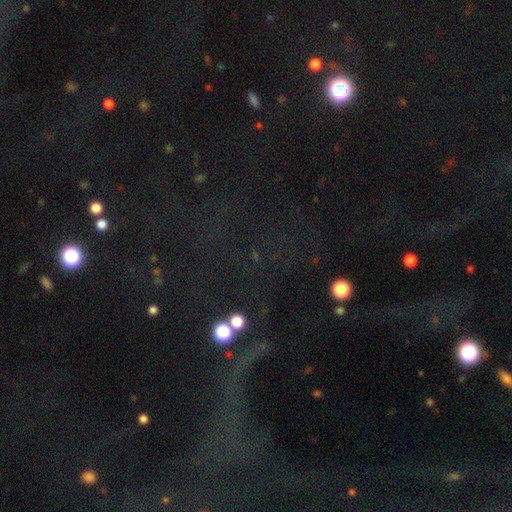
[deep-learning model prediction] star or artifact 67%, smooth 19%, featured or disk 15%.